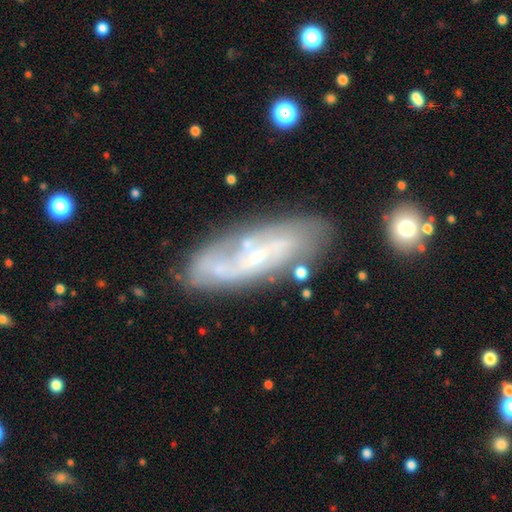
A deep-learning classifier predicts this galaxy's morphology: A featured or disk galaxy (73%) with no bar (47%), spiral arms (80%) and a small central bulge (77%).

Vote fractions:
- Smooth or featured? featured or disk: 73% / smooth: 19% / star or artifact: 8%
- Edge-on disk? no: 85% / yes: 15%
- Bar? no: 47% / weak: 37% / strong: 16%
- Spiral arms? yes: 80% / no: 20%
- Bulge size? small: 77% / moderate: 15% / none: 6% / large: 1% / dominant: 1%
- Merging? none: 67% / minor disturbance: 18% / major disturbance: 8% / merger: 7%